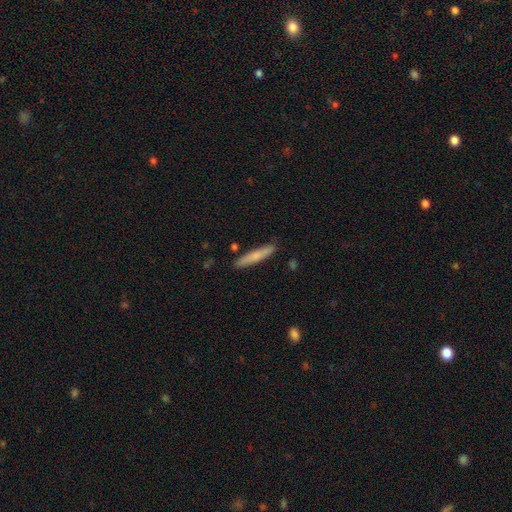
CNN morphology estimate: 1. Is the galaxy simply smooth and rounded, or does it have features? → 72% smooth, 22% featured or disk, 6% star or artifact.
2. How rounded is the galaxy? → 90% cigar-shaped, 8% in between, 1% round.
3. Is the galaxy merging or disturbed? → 87% none, 9% minor disturbance, 2% merger, 2% major disturbance.